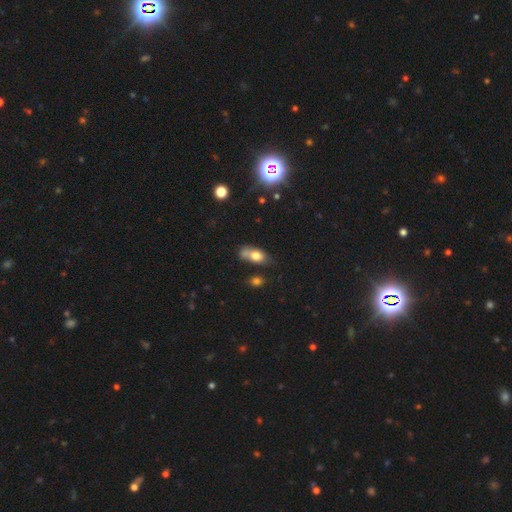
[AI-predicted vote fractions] Smooth or featured?
  - smooth: 73% *
  - featured or disk: 17%
  - star or artifact: 10%
How rounded?
  - in between: 78% *
  - round: 13%
  - cigar-shaped: 9%
Merging?
  - none: 38% *
  - minor disturbance: 26%
  - merger: 24%
  - major disturbance: 12%